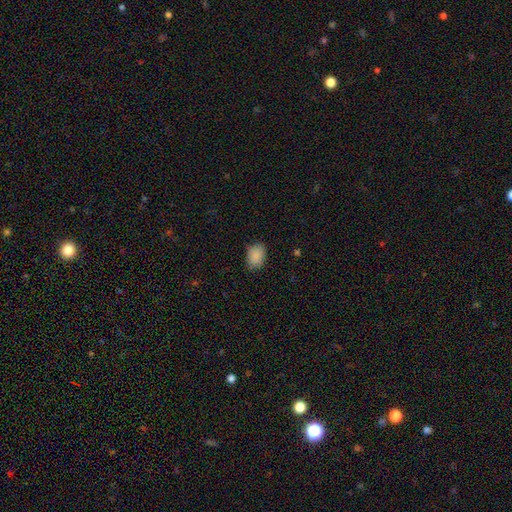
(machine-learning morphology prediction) This is clearly a smooth galaxy (89%). How rounded: likely in between (76%). Merging: clearly none (81%).